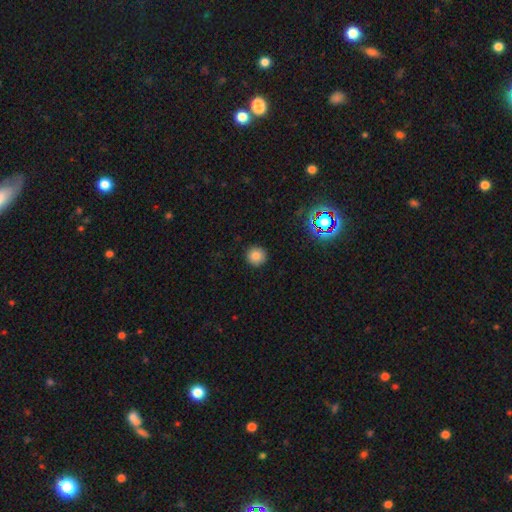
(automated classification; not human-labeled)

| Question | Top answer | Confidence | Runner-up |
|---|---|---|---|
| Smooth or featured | smooth | 81% | star or artifact (13%) |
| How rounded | round | 95% | in between (4%) |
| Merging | none | 92% | minor disturbance (5%) |